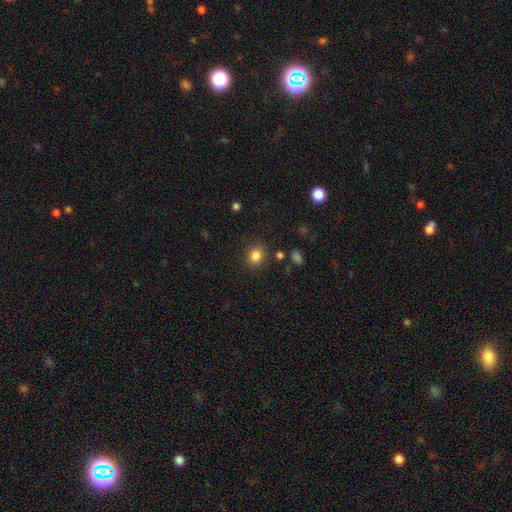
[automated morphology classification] Q: Smooth or featured?
A: smooth (84%); runner-up: star or artifact (11%)
Q: How rounded?
A: round (72%); runner-up: in between (27%)
Q: Merging?
A: none (85%); runner-up: minor disturbance (9%)